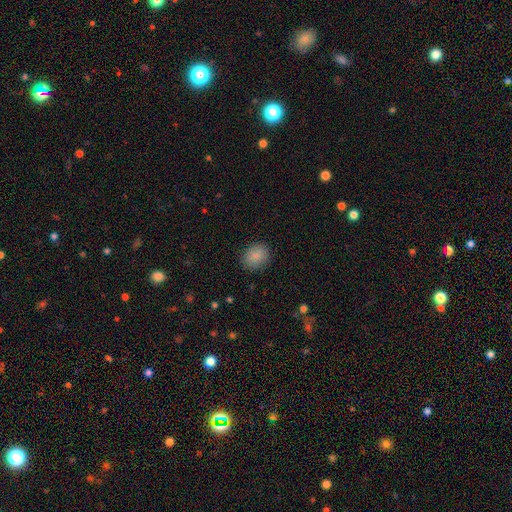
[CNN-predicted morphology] Smooth or featured? smooth (87%)
How rounded? round (58%)
Merging? none (87%)